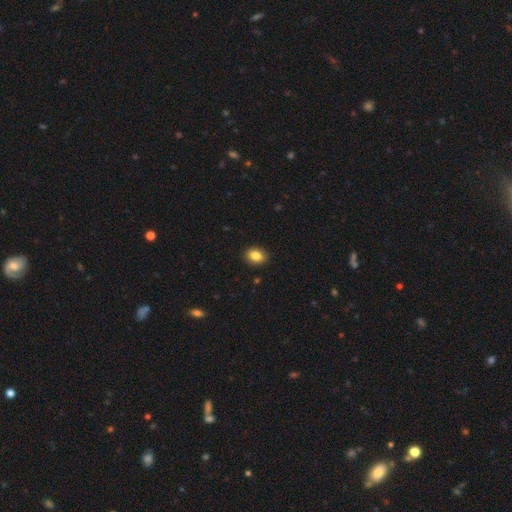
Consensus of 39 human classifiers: Smooth or featured? smooth (82%)
How rounded? in between (62%)
Merging? none (89%)